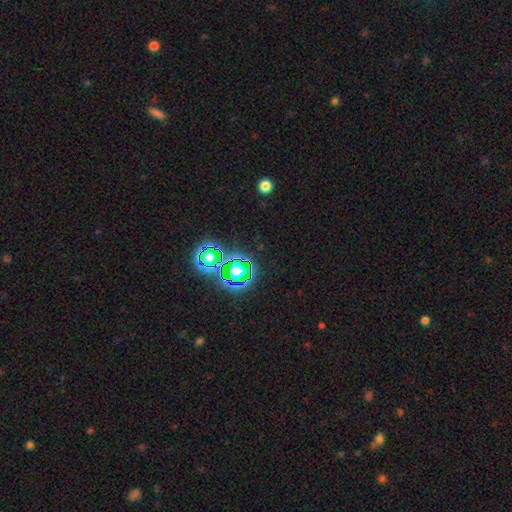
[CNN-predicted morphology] Q: Smooth or featured?
A: star or artifact (75%); runner-up: smooth (17%)